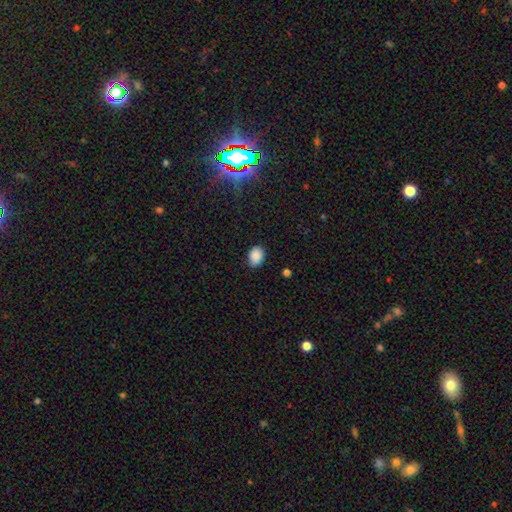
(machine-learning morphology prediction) type=smooth (88%); roundness=in between (70%); merging=none (83%).